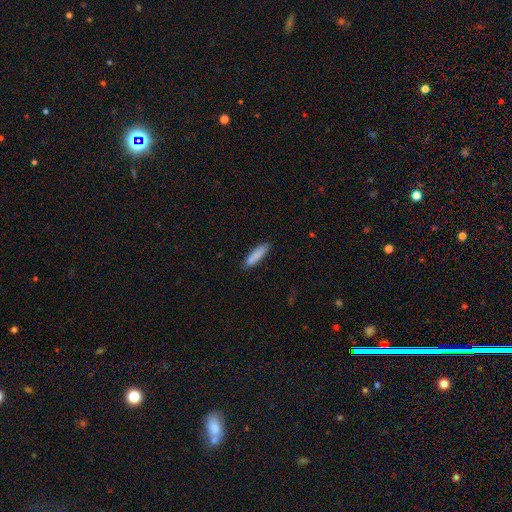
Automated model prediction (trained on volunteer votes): This is clearly a smooth galaxy (86%). How rounded: likely cigar-shaped (74%). Merging: clearly none (84%).